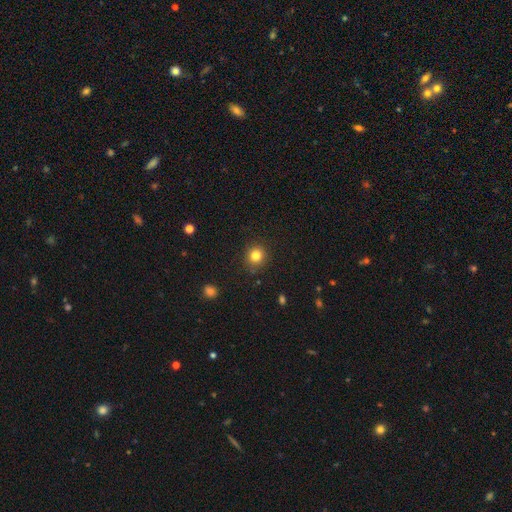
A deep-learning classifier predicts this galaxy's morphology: type=smooth (82%); roundness=round (90%); merging=none (88%).